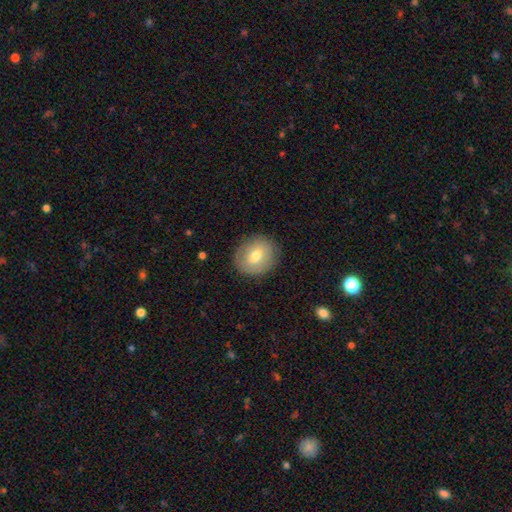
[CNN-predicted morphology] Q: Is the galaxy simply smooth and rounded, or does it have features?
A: smooth — 68%.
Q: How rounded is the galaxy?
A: round — 76%.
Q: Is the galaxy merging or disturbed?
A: none — 86%.